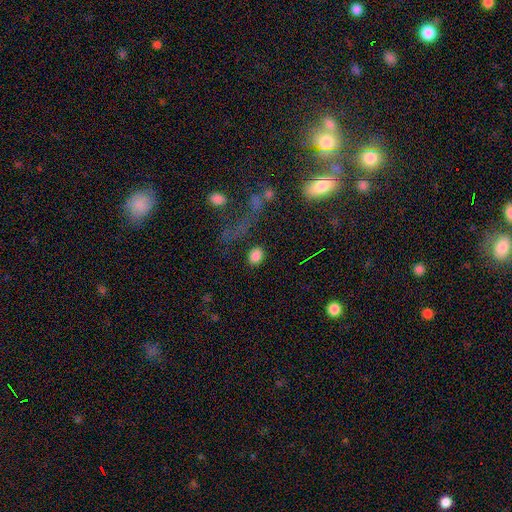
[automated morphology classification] Smooth or featured? Predicted: smooth (p=0.85). How rounded? Predicted: in between (p=0.59). Merging? Predicted: none (p=0.83).